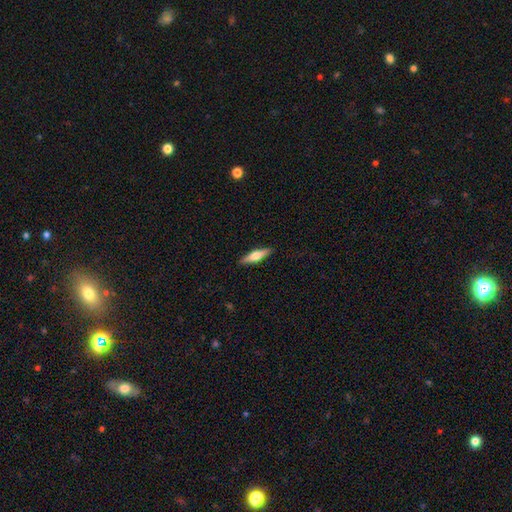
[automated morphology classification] Q: Smooth or featured?
A: smooth (50%); runner-up: featured or disk (44%)
Q: How rounded?
A: cigar-shaped (72%); runner-up: in between (26%)
Q: Merging?
A: none (89%); runner-up: minor disturbance (8%)